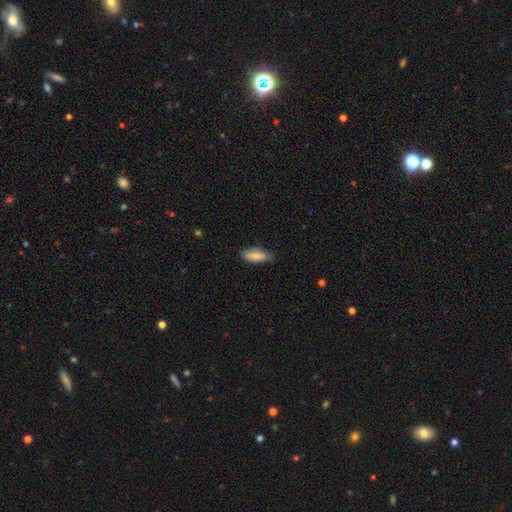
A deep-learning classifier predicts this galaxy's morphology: smooth-or-featured: smooth: 81% | featured or disk: 13% | star or artifact: 6%
  how-rounded: in between: 72% | cigar-shaped: 26% | round: 2%
  merging: none: 69% | minor disturbance: 26% | major disturbance: 4% | merger: 1%